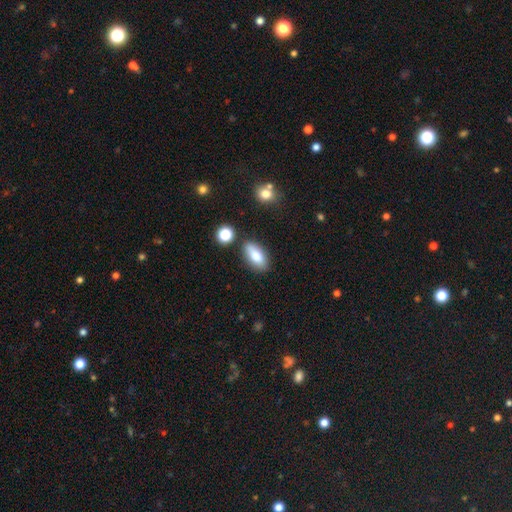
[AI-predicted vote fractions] smooth 77%, featured or disk 15%, star or artifact 8%. Down the decision tree: how rounded — in between (83%); merging — none (79%).